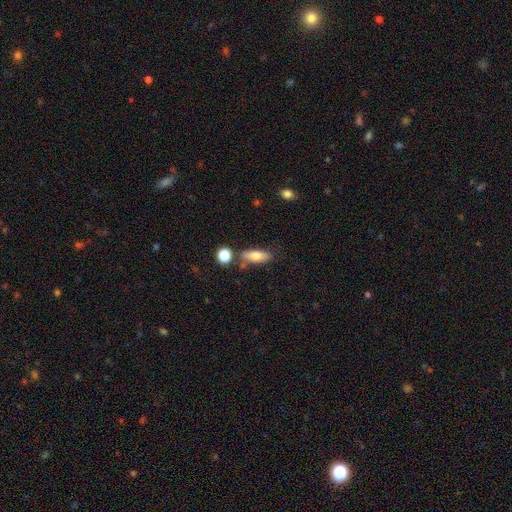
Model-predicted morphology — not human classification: smooth 70%, featured or disk 22%, star or artifact 8%. Down the decision tree: how rounded — in between (66%); merging — none (71%).